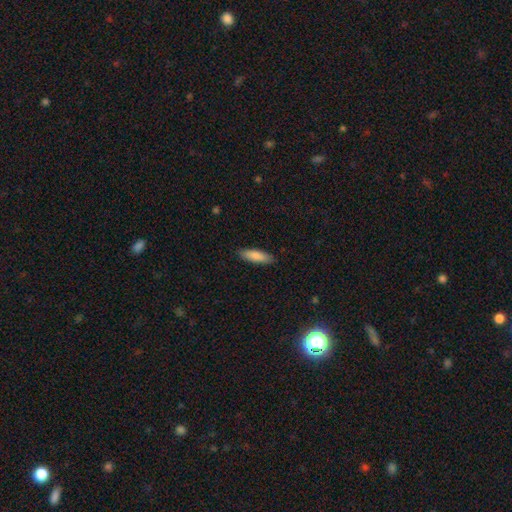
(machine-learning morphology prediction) smooth 85%, featured or disk 9%, star or artifact 6%. Down the decision tree: how rounded — cigar-shaped (55%); merging — none (88%).